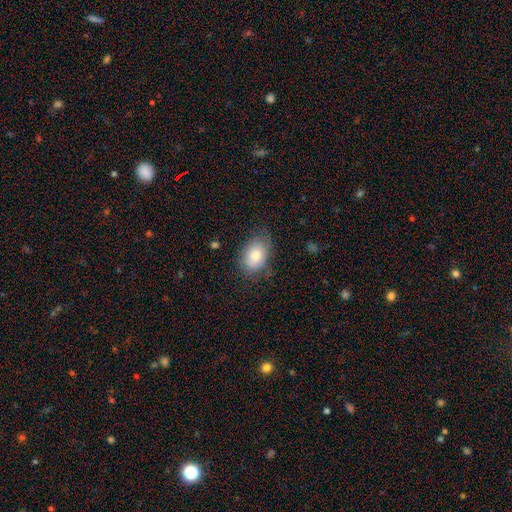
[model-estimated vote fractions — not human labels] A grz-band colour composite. It shows a smooth galaxy with no disk features (76%) that is in between round and cigar-shaped (78%). Merging: none (69%).